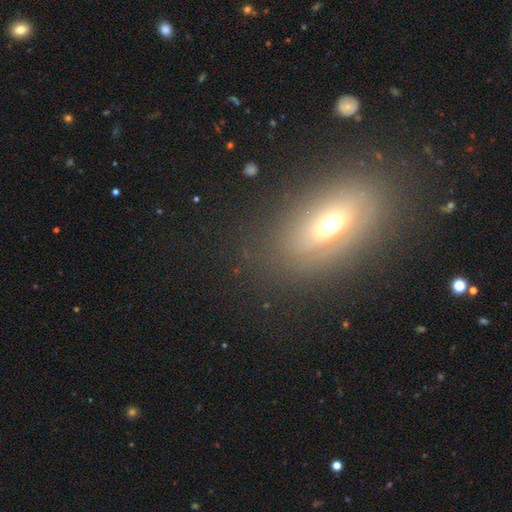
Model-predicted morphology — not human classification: The model was most divided on "smooth or featured": smooth: 47%, featured or disk: 34%, star or artifact: 19%. More confident: merging — none (84%).